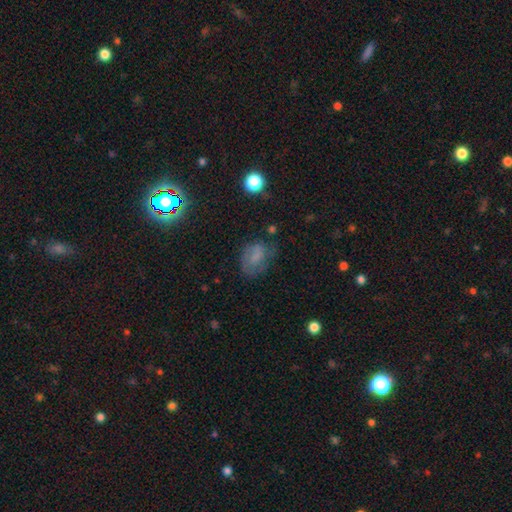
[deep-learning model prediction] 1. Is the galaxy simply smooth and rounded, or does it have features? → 57% smooth, 26% featured or disk, 17% star or artifact.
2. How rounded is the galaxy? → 77% in between, 21% round, 2% cigar-shaped.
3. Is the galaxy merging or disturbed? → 51% none, 28% minor disturbance, 18% major disturbance, 3% merger.